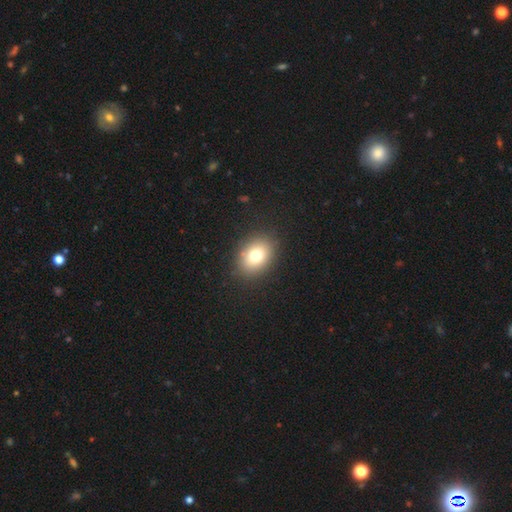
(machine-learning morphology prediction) smooth 76%, featured or disk 12%, star or artifact 12%. Down the decision tree: how rounded — in between (60%); merging — none (87%).